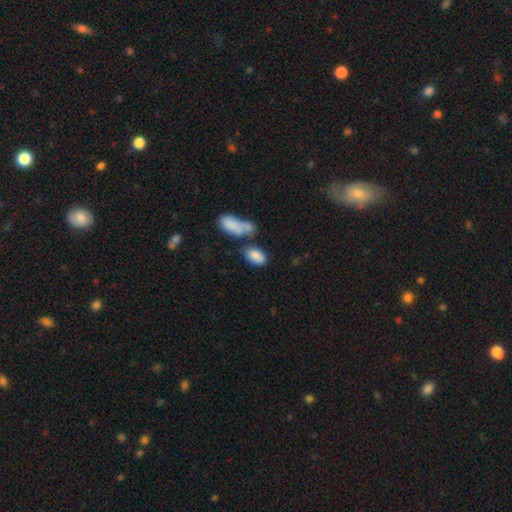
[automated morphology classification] A smooth galaxy with no disk features (85%) that is in between round and cigar-shaped (93%).

Vote fractions:
- Smooth or featured? smooth: 85% / featured or disk: 8% / star or artifact: 7%
- How rounded? in between: 93% / round: 4% / cigar-shaped: 4%
- Merging? none: 45% / merger: 35% / minor disturbance: 14% / major disturbance: 6%